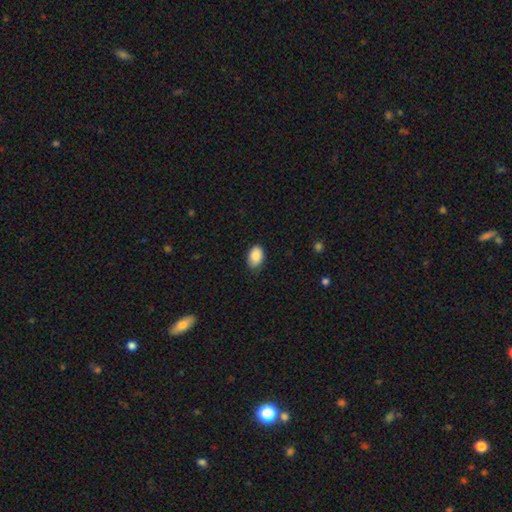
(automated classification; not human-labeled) Q: Smooth or featured?
A: smooth (89%); runner-up: star or artifact (7%)
Q: How rounded?
A: in between (85%); runner-up: round (14%)
Q: Merging?
A: none (80%); runner-up: minor disturbance (17%)